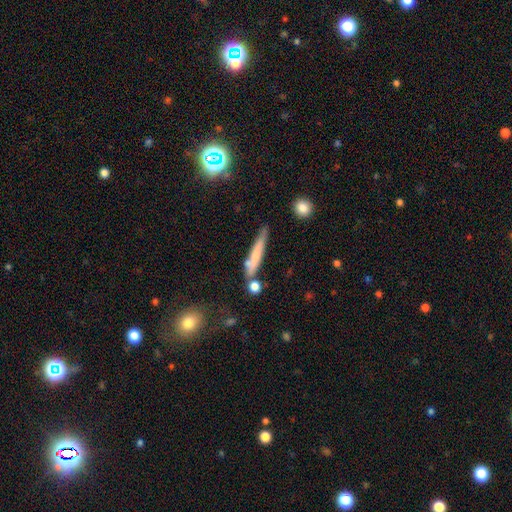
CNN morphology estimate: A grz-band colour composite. It shows a smooth galaxy with no disk features (61%) that is cigar-shaped (91%). Merging: none (59%).